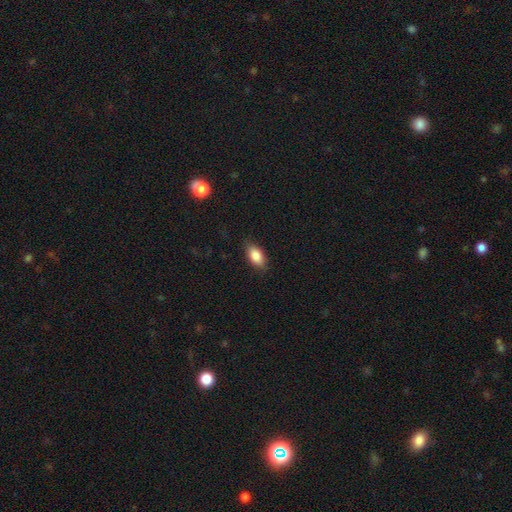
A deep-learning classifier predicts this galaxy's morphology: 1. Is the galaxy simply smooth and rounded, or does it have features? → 84% smooth, 9% featured or disk, 7% star or artifact.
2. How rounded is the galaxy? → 90% in between, 6% cigar-shaped, 5% round.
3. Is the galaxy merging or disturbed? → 85% none, 12% minor disturbance, 2% major disturbance, 1% merger.